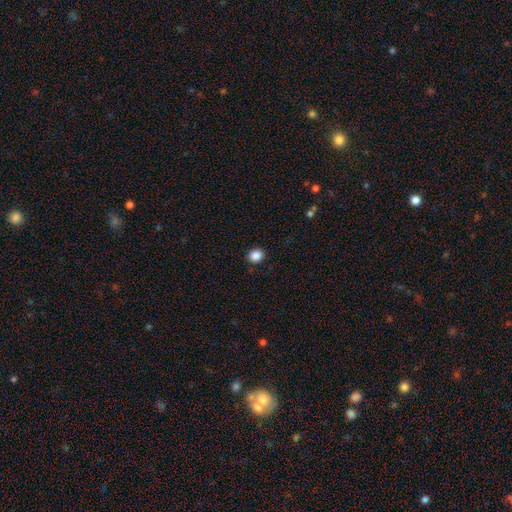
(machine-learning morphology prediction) This appears to be a smooth galaxy with no disk features (87%) that is round (76%). Merging: none (91%).